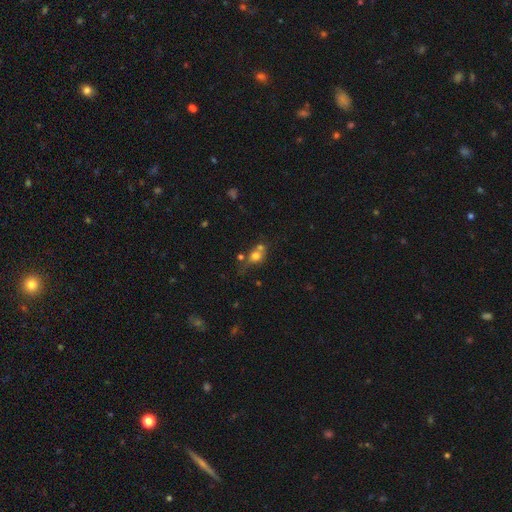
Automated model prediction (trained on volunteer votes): Smooth or featured? Predicted: smooth (p=0.68). How rounded? Predicted: round (p=0.62). Merging? Predicted: merger (p=0.42).